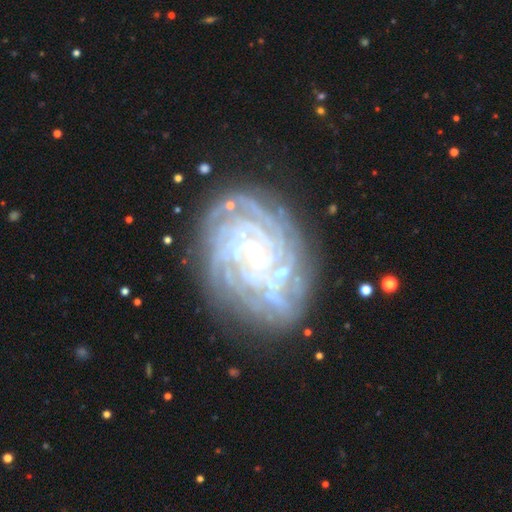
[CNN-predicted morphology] The model was most divided on "spiral arm count": more than 4: 28%, can't tell: 23%, 4: 21%, 3: 11%, 2: 9%, 1: 8%. More confident: spiral arms — yes (97%); edge-on disk — no (97%); smooth or featured — featured or disk (88%); spiral winding — tight (83%); merging — none (77%); bulge size — small (74%); bar — no (51%).